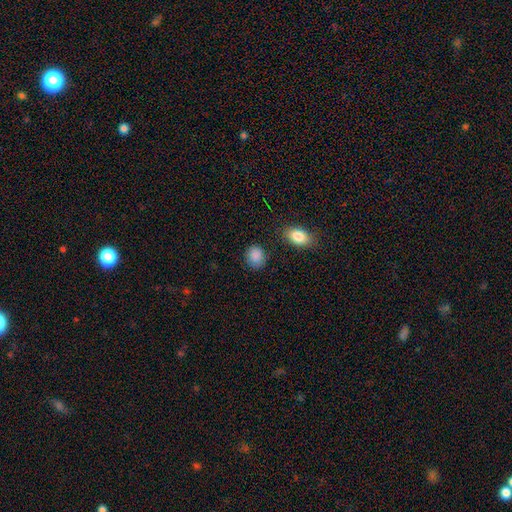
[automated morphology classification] Smooth or featured?
  - smooth: 88% *
  - star or artifact: 8%
  - featured or disk: 4%
How rounded?
  - round: 61% *
  - in between: 38%
  - cigar-shaped: 1%
Merging?
  - none: 81% *
  - minor disturbance: 13%
  - major disturbance: 3%
  - merger: 3%